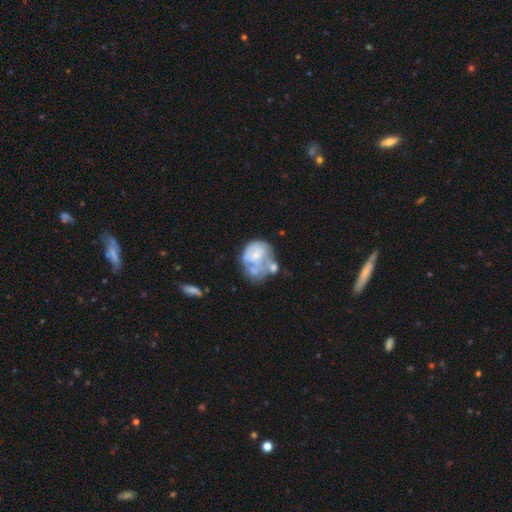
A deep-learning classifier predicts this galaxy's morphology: This appears to be a featured or disk galaxy (61%) with no bar (84%), no spiral arms (66%) and a small central bulge (45%). Merging: merger (29%).